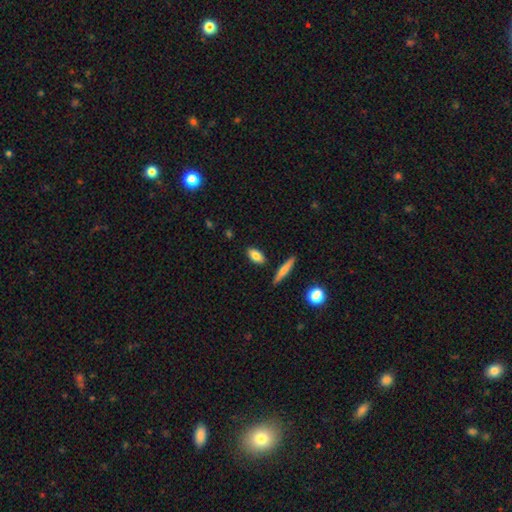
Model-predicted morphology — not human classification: smooth-or-featured: smooth: 80% | featured or disk: 13% | star or artifact: 7%
  how-rounded: in between: 82% | cigar-shaped: 14% | round: 4%
  merging: none: 84% | minor disturbance: 10% | merger: 4% | major disturbance: 2%